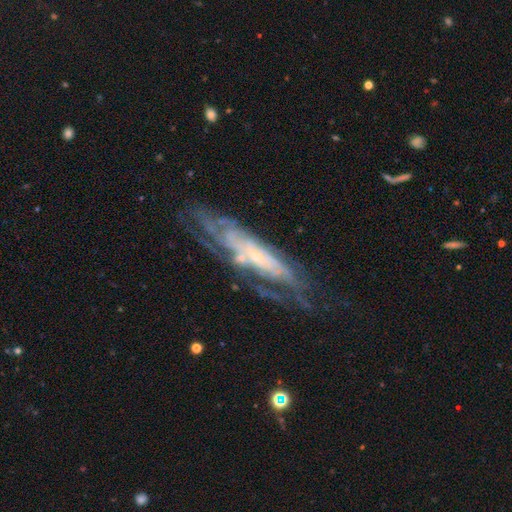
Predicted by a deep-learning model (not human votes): Smooth or featured?
  - featured or disk: 77% *
  - smooth: 14%
  - star or artifact: 8%
Edge-on disk?
  - no: 73% *
  - yes: 27%
Bar?
  - no: 68% *
  - weak: 23%
  - strong: 9%
Spiral arms?
  - yes: 83% *
  - no: 17%
Bulge size?
  - small: 71% *
  - moderate: 14%
  - none: 11%
  - large: 2%
  - dominant: 1%
Merging?
  - none: 57% *
  - minor disturbance: 22%
  - major disturbance: 15%
  - merger: 5%